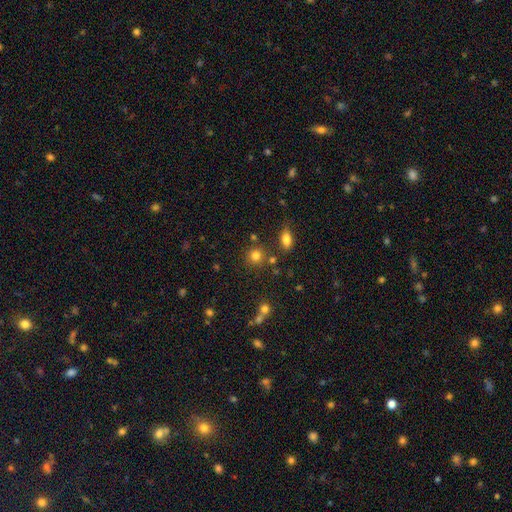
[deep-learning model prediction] smooth-or-featured: smooth: 80% | star or artifact: 14% | featured or disk: 7%
  how-rounded: round: 88% | in between: 11% | cigar-shaped: 1%
  merging: none: 78% | minor disturbance: 9% | merger: 9% | major disturbance: 4%